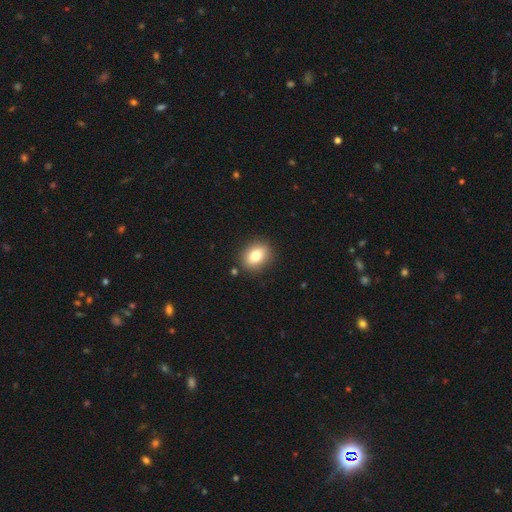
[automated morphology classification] A smooth galaxy with no disk features (78%) that is in between round and cigar-shaped (58%).

Vote fractions:
- Smooth or featured? smooth: 78% / featured or disk: 12% / star or artifact: 10%
- How rounded? in between: 58% / round: 40% / cigar-shaped: 2%
- Merging? none: 88% / minor disturbance: 8% / major disturbance: 2% / merger: 2%